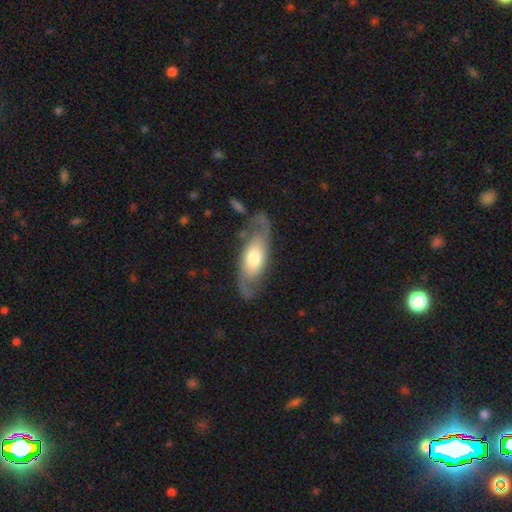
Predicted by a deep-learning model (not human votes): Overall: featured or disk (75%). Edge-on disk: no (86%). Bar: no (67%). Spiral arms: yes (88%). Spiral arm count: 2 (88%). Spiral winding: loose (44%; medium 38%). Bulge size: moderate (62%). Merging: none (74%).